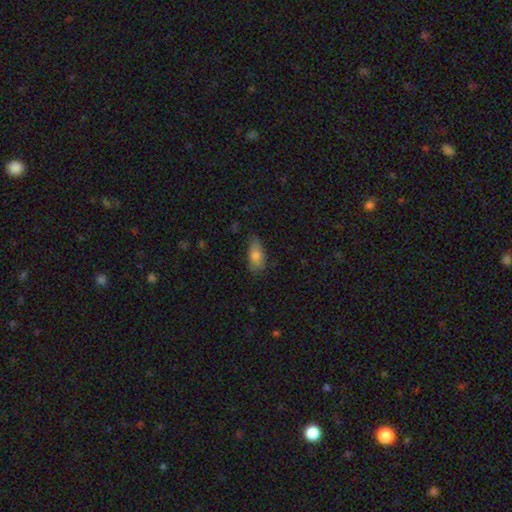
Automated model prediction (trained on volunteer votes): A smooth galaxy with no disk features (78%) that is in between round and cigar-shaped (86%). Merging: none (64%).